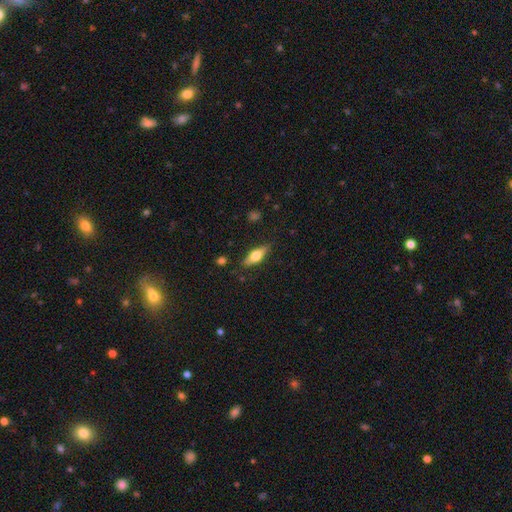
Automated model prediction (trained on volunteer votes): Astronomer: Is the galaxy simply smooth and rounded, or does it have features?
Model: smooth — 51% (runner-up: featured or disk, 43%).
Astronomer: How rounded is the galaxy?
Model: in between — 57% (runner-up: cigar-shaped, 40%).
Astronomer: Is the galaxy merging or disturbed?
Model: none — 83%.